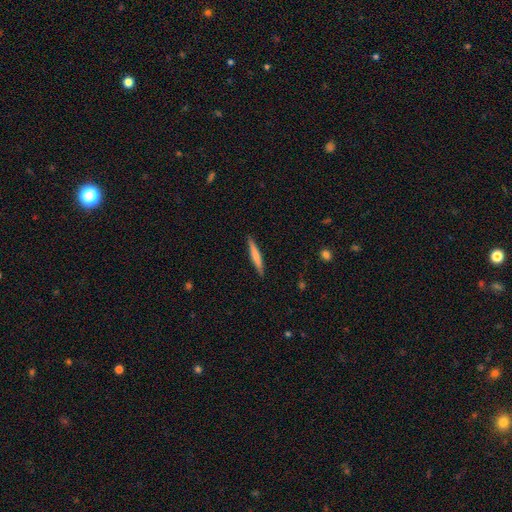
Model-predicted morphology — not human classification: Smooth or featured: smooth — 66% (featured or disk — 29%)
How rounded: cigar-shaped — 95% (in between — 4%)
Merging: none — 90% (minor disturbance — 8%)